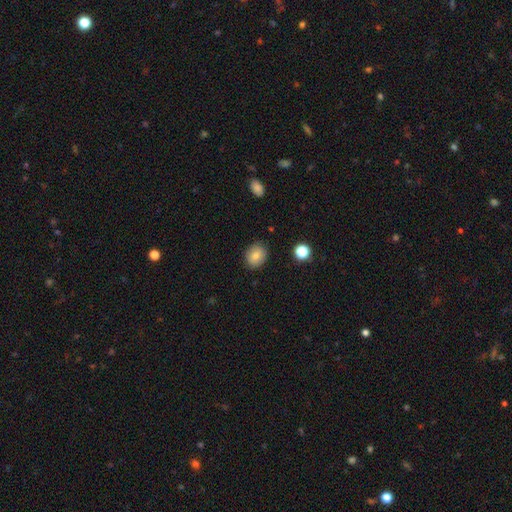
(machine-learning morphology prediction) smooth_or_featured: smooth (p=0.81) [alt: featured or disk p=0.10]
how_rounded: round (p=0.53) [alt: in between p=0.46]
merging: none (p=0.85) [alt: minor disturbance p=0.11]